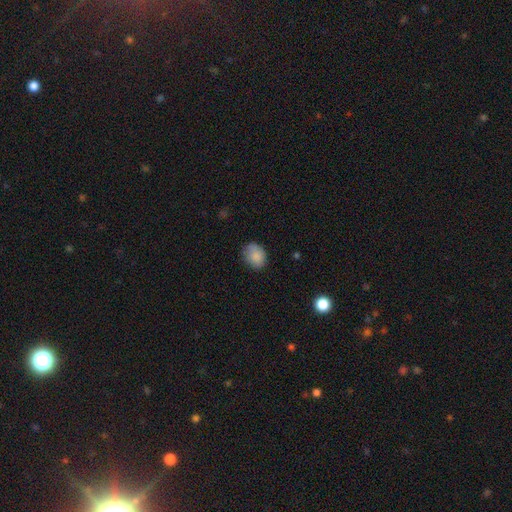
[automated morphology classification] smooth 86%, star or artifact 8%, featured or disk 6%. Down the decision tree: how rounded — in between (60%); merging — none (71%).